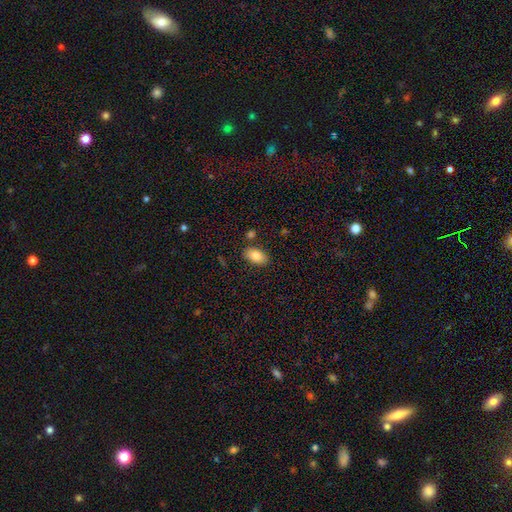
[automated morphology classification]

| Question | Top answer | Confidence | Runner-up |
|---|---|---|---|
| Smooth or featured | smooth | 86% | star or artifact (8%) |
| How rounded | in between | 92% | round (6%) |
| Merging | none | 82% | minor disturbance (11%) |